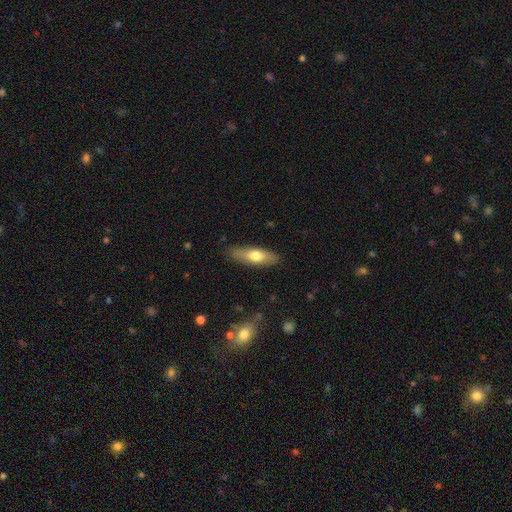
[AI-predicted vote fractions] Smooth or featured? smooth (64%)
How rounded? in between (53%)
Merging? none (85%)